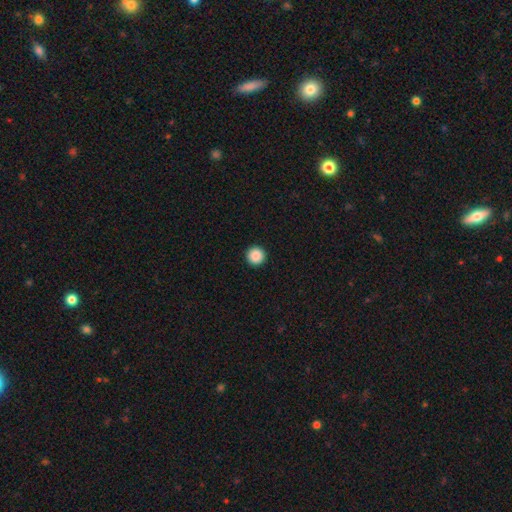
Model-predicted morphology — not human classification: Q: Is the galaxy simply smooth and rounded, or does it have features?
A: smooth — 89%.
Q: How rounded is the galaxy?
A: round — 97%.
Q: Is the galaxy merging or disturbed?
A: none — 94%.